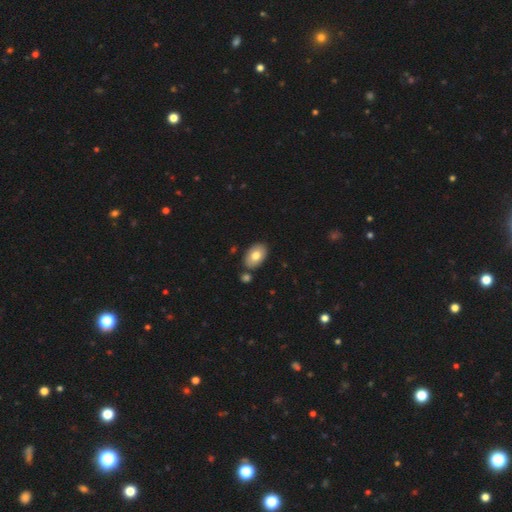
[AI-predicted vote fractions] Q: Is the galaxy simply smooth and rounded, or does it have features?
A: smooth — 76%.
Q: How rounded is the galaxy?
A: in between — 90%.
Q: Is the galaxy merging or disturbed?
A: none — 81%.